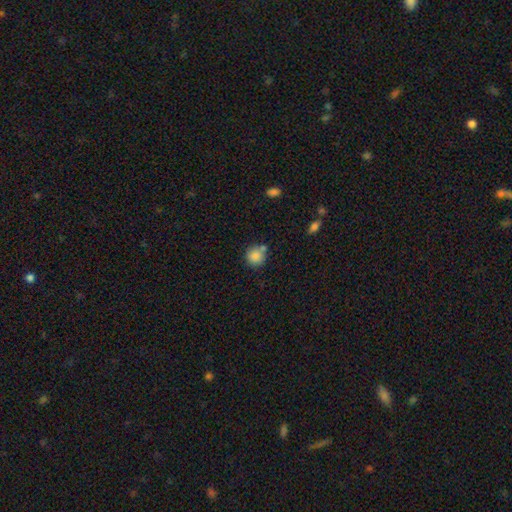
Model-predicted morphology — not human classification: Smooth or featured?
  - smooth: 84% *
  - star or artifact: 9%
  - featured or disk: 7%
How rounded?
  - round: 90% *
  - in between: 9%
  - cigar-shaped: 1%
Merging?
  - none: 64% *
  - merger: 18%
  - minor disturbance: 14%
  - major disturbance: 4%